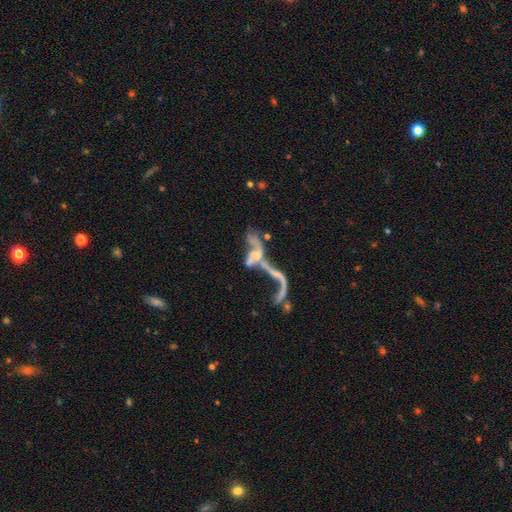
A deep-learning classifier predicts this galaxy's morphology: This is likely a featured or disk galaxy (71%). It is clearly not viewed edge-on (91%). Bar: likely no (69%). Spiral arm pattern: possibly yes (55%). Central bulge: marginally small (36%). Merging: likely merger (61%).